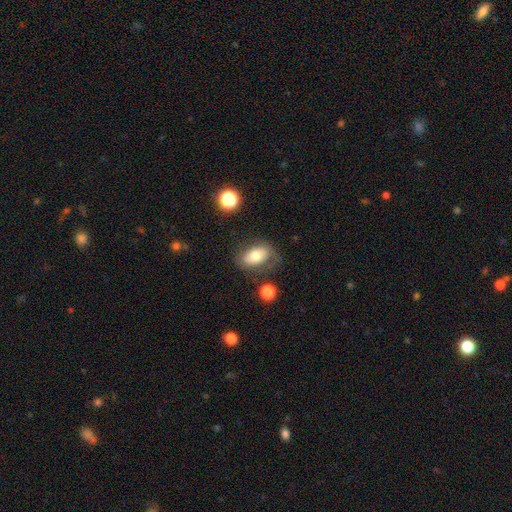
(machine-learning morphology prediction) A smooth galaxy with no disk features (66%) that is in between round and cigar-shaped (88%).

Vote fractions:
- Smooth or featured? smooth: 66% / featured or disk: 26% / star or artifact: 9%
- How rounded? in between: 88% / round: 9% / cigar-shaped: 2%
- Merging? none: 63% / minor disturbance: 22% / major disturbance: 11% / merger: 4%